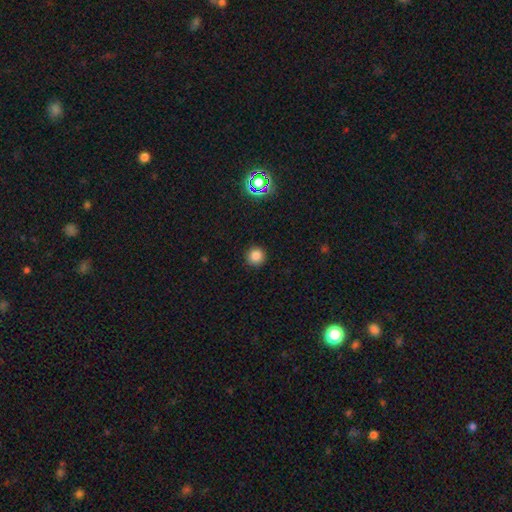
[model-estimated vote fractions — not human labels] A smooth galaxy with no disk features (82%) that is round (96%).

Vote fractions:
- Smooth or featured? smooth: 82% / star or artifact: 13% / featured or disk: 4%
- How rounded? round: 96% / in between: 3% / cigar-shaped: 1%
- Merging? none: 92% / minor disturbance: 5% / major disturbance: 2% / merger: 1%